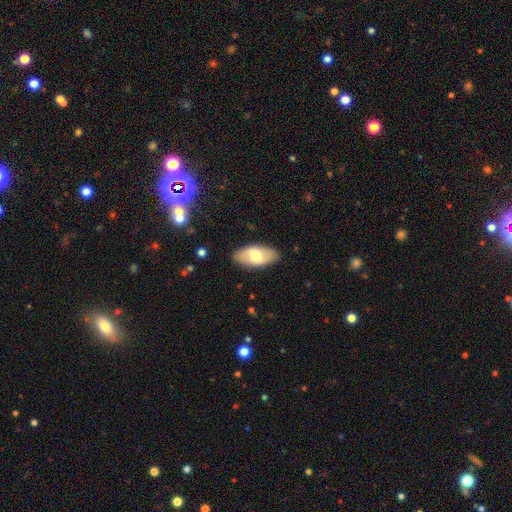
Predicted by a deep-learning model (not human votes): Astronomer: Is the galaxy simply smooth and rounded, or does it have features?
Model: smooth — 60%.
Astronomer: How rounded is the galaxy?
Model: in between — 93%.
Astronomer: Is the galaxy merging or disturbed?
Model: none — 86%.